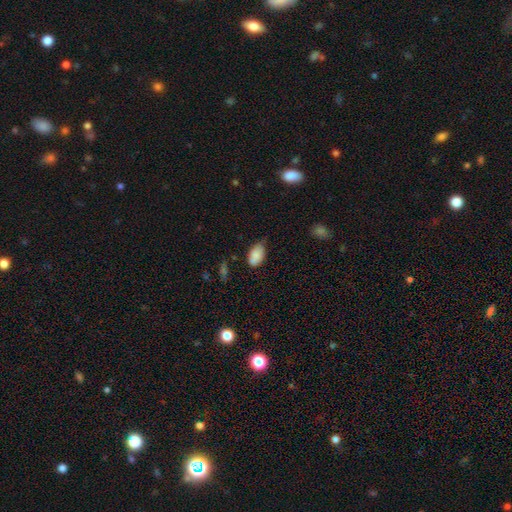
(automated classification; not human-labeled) Overall: smooth (84%). How rounded: in between (90%). Merging: none (48%; minor disturbance 42%).